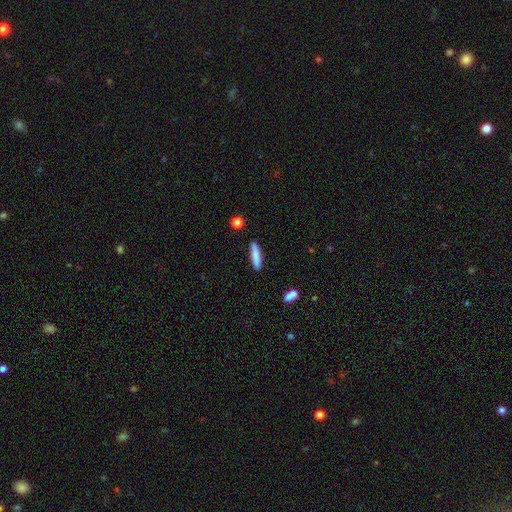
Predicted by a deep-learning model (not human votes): Overall: smooth (82%). How rounded: cigar-shaped (86%). Merging: none (88%).